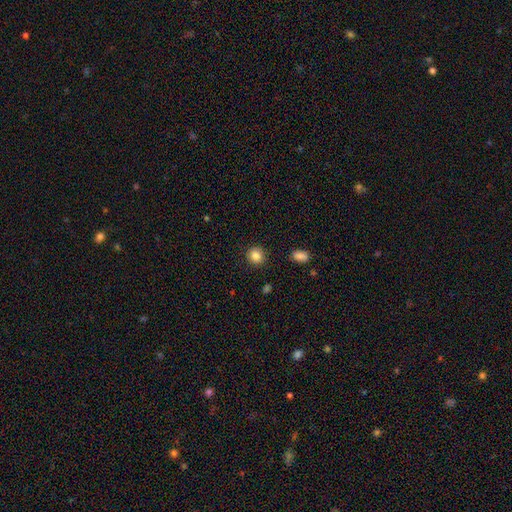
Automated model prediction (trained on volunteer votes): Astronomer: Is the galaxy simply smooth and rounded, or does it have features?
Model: smooth — 85%.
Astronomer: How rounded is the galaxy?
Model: round — 85%.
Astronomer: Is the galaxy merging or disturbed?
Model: none — 90%.